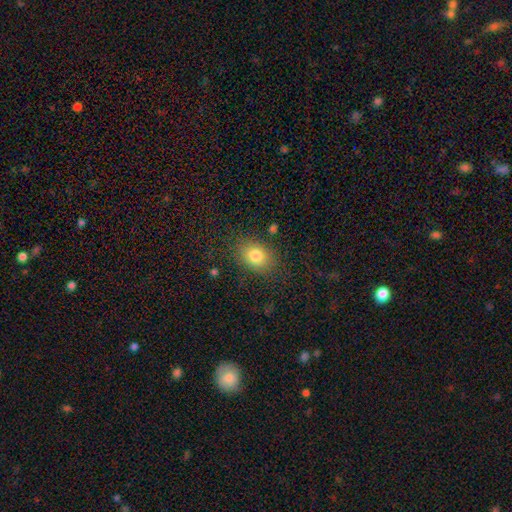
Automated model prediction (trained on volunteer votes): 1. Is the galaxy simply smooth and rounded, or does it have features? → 81% smooth, 11% star or artifact, 9% featured or disk.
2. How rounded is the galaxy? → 59% in between, 40% round, 1% cigar-shaped.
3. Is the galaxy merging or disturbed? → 81% none, 12% minor disturbance, 4% major disturbance, 2% merger.